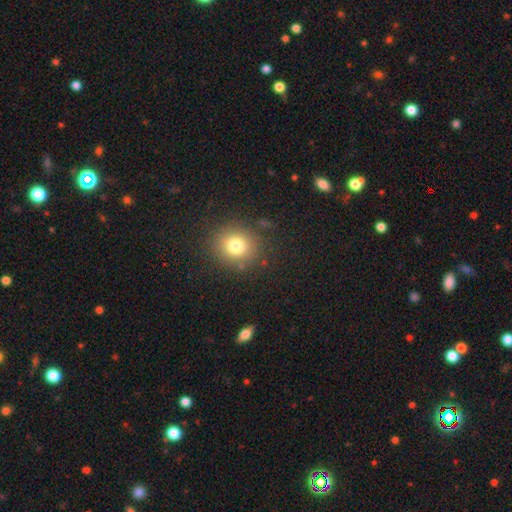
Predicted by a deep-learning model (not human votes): This is likely a smooth galaxy (67%). How rounded: clearly round (89%). Merging: clearly none (91%).